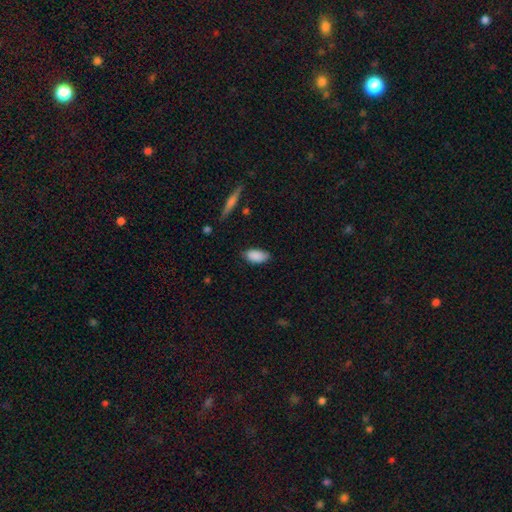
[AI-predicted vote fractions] Smooth or featured? Predicted: smooth (p=0.88). How rounded? Predicted: in between (p=0.93). Merging? Predicted: none (p=0.78).